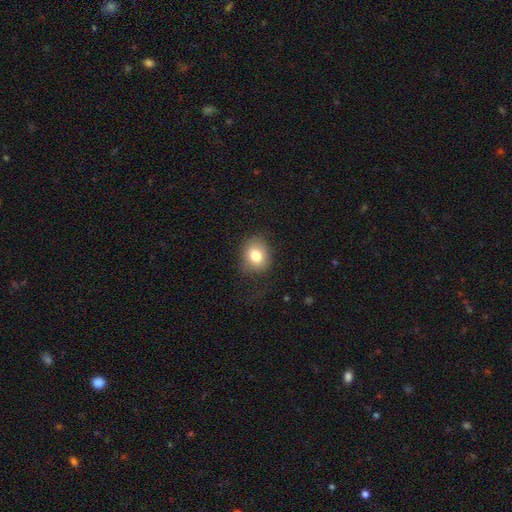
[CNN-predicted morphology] smooth-or-featured: smooth: 79% | featured or disk: 11% | star or artifact: 10%
  how-rounded: round: 59% | in between: 40% | cigar-shaped: 1%
  merging: none: 72% | minor disturbance: 19% | major disturbance: 8% | merger: 1%